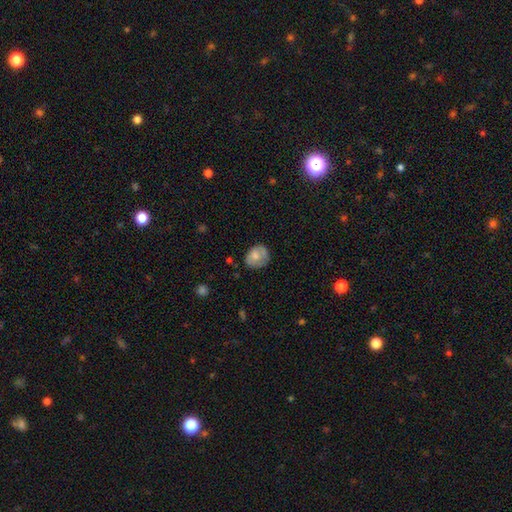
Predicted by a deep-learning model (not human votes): Smooth or featured?
  - smooth: 68% *
  - featured or disk: 25%
  - star or artifact: 8%
How rounded?
  - round: 55% *
  - in between: 44%
  - cigar-shaped: 1%
Merging?
  - none: 62% *
  - minor disturbance: 27%
  - major disturbance: 9%
  - merger: 2%